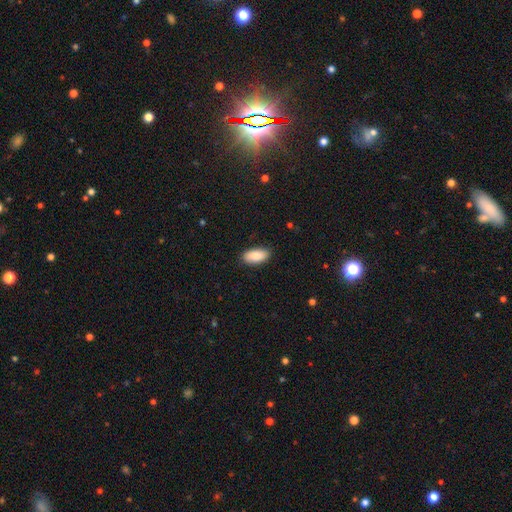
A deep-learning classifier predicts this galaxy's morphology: smooth_or_featured: smooth (p=0.88) [alt: star or artifact p=0.06]
how_rounded: in between (p=0.92) [alt: cigar-shaped p=0.06]
merging: none (p=0.88) [alt: minor disturbance p=0.09]